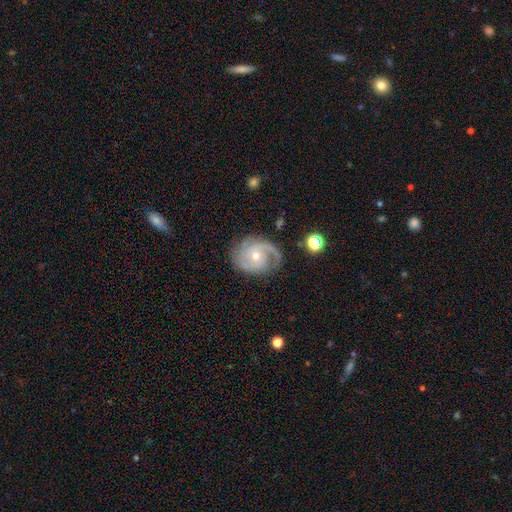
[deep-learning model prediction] A featured or disk galaxy (87%) with no bar (68%), 2 (57%) tight (45%) spiral arms (97%) and a small central bulge (58%). Merging: none (73%).